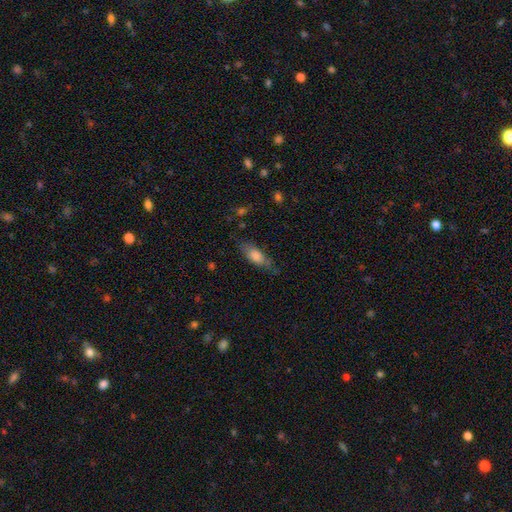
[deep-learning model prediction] Morphology: type=smooth (73%); roundness=in between (65%); merging=none (68%).